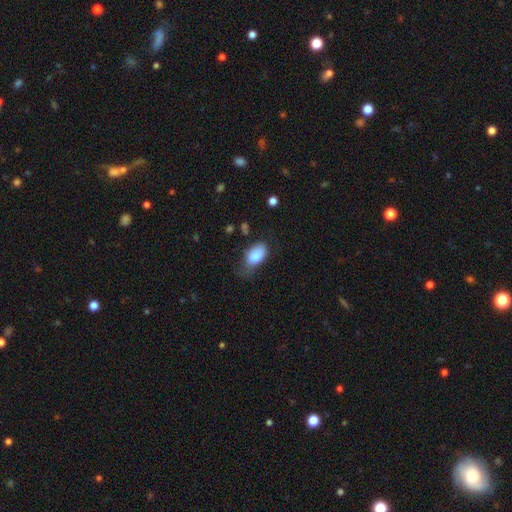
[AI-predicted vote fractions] A smooth galaxy with no disk features (84%) that is in between round and cigar-shaped (91%). Merging: none (40%).